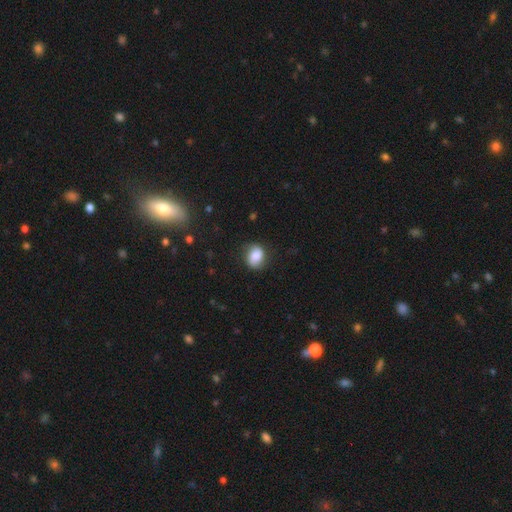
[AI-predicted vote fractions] Q: Smooth or featured?
A: smooth (81%); runner-up: featured or disk (11%)
Q: How rounded?
A: in between (53%); runner-up: round (46%)
Q: Merging?
A: none (75%); runner-up: minor disturbance (18%)